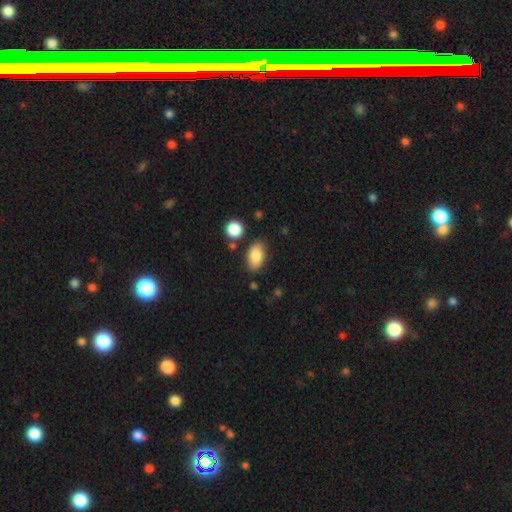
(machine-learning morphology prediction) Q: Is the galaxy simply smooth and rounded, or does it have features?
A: smooth — 85%.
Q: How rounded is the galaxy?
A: in between — 91%.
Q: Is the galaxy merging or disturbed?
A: none — 79%.